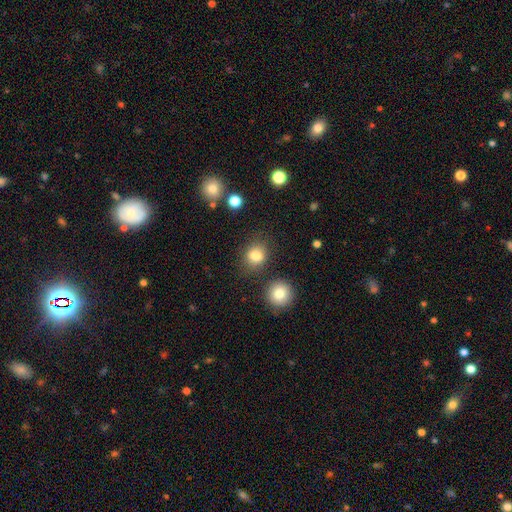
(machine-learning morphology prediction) Smooth or featured?
  - smooth: 81% *
  - star or artifact: 12%
  - featured or disk: 7%
How rounded?
  - round: 61% *
  - in between: 38%
  - cigar-shaped: 1%
Merging?
  - none: 77% *
  - minor disturbance: 13%
  - merger: 6%
  - major disturbance: 4%